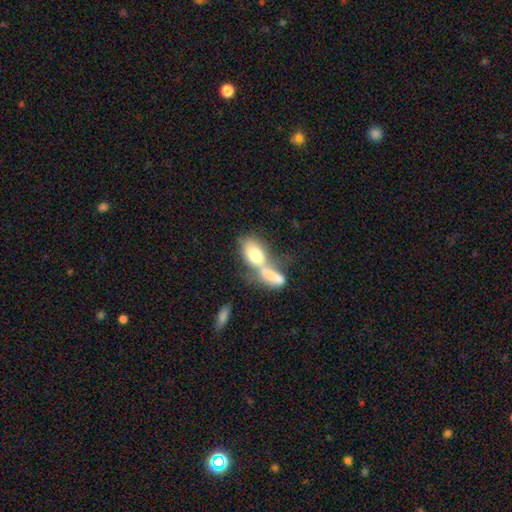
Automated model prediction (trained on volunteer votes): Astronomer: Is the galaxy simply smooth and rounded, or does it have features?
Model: smooth — 71%.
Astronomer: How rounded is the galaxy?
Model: in between — 82%.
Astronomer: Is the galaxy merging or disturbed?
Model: merger — 65%.